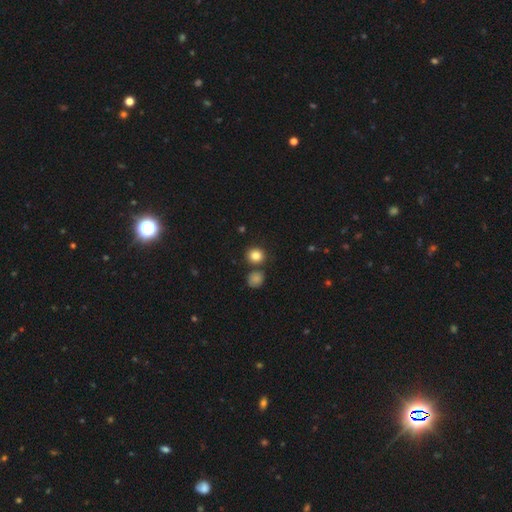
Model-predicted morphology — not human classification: smooth_or_featured: smooth (p=0.84) [alt: star or artifact p=0.11]
how_rounded: round (p=0.83) [alt: in between p=0.16]
merging: none (p=0.77) [alt: merger p=0.12]